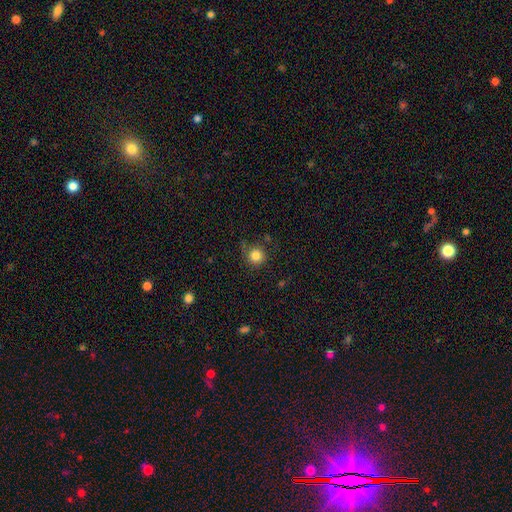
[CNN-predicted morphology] The model was most divided on "merging": none: 79%, minor disturbance: 14%, major disturbance: 4%, merger: 2%. More confident: how rounded — round (94%); smooth or featured — smooth (83%).